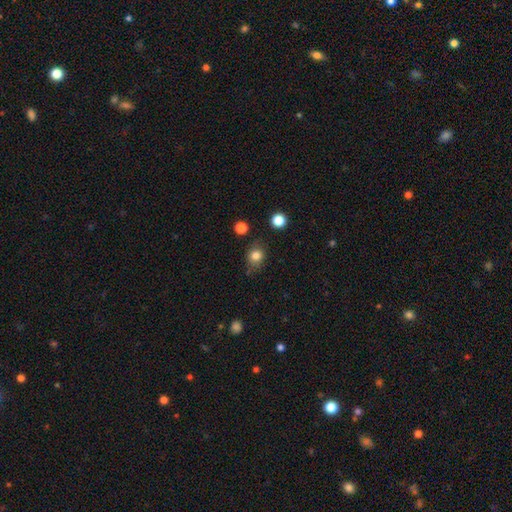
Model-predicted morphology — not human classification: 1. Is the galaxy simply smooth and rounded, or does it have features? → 81% smooth, 11% star or artifact, 7% featured or disk.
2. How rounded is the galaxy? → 63% round, 36% in between, 1% cigar-shaped.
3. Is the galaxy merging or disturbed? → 74% none, 18% minor disturbance, 5% major disturbance, 3% merger.